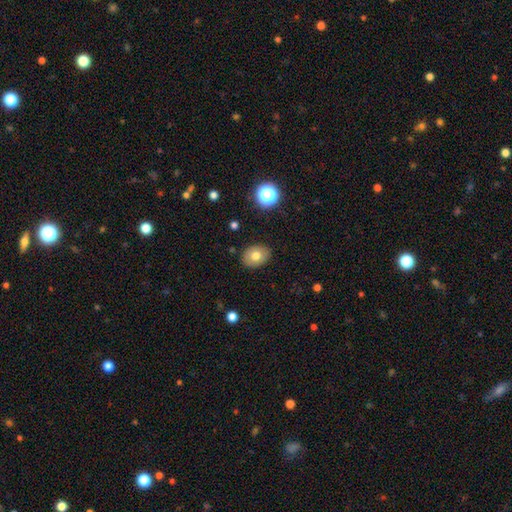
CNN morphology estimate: A smooth galaxy with no disk features (74%) that is in between round and cigar-shaped (63%). Merging: none (87%).